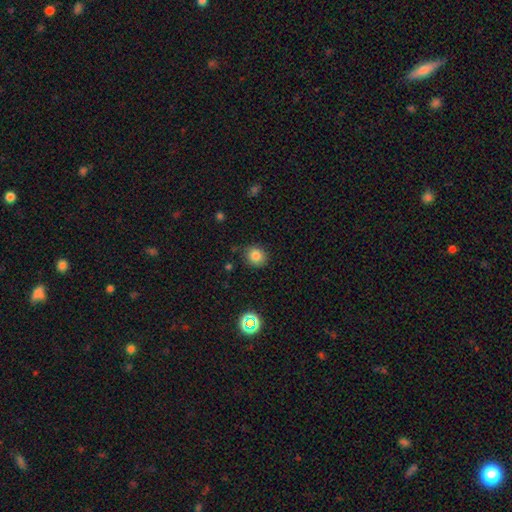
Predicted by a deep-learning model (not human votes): This appears to be a smooth galaxy with no disk features (82%) that is round (82%). Merging: none (84%).